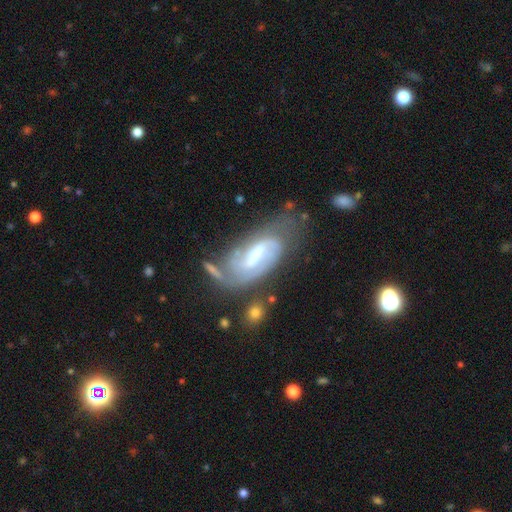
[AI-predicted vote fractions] Q: Smooth or featured?
A: featured or disk (77%); runner-up: smooth (16%)
Q: Edge-on disk?
A: no (93%); runner-up: yes (7%)
Q: Bar?
A: weak (45%); runner-up: strong (37%)
Q: Spiral arms?
A: yes (90%); runner-up: no (10%)
Q: Spiral winding?
A: medium (42%); runner-up: tight (41%)
Q: Spiral arm count?
A: 2 (55%); runner-up: can't tell (23%)
Q: Bulge size?
A: moderate (36%); runner-up: small (29%)
Q: Merging?
A: none (46%); runner-up: minor disturbance (25%)